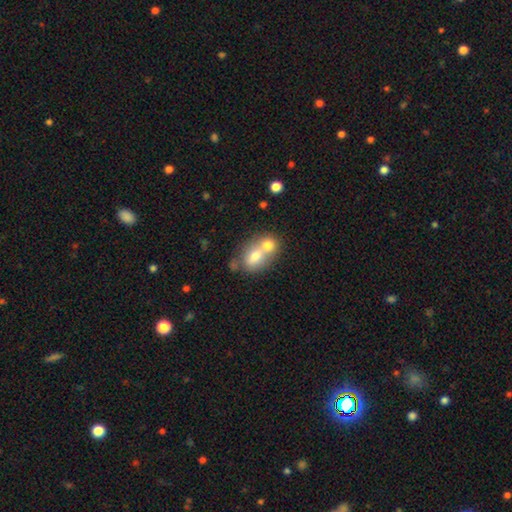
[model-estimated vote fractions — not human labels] A smooth galaxy with no disk features (70%) that is in between round and cigar-shaped (64%).

Vote fractions:
- Smooth or featured? smooth: 70% / featured or disk: 21% / star or artifact: 9%
- How rounded? in between: 64% / round: 34% / cigar-shaped: 2%
- Merging? merger: 65% / none: 24% / minor disturbance: 7% / major disturbance: 3%